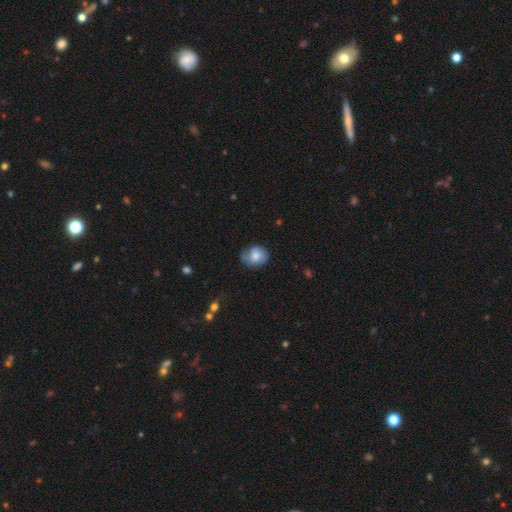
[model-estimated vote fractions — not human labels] Overall: smooth (71%). How rounded: round (58%; in between 41%). Merging: none (62%; minor disturbance 30%).